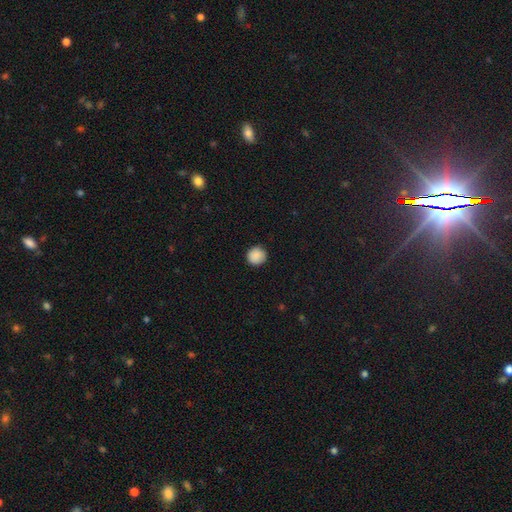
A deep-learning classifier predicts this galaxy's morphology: The model was most divided on "smooth or featured": smooth: 89%, star or artifact: 8%, featured or disk: 3%. More confident: how rounded — round (94%); merging — none (91%).